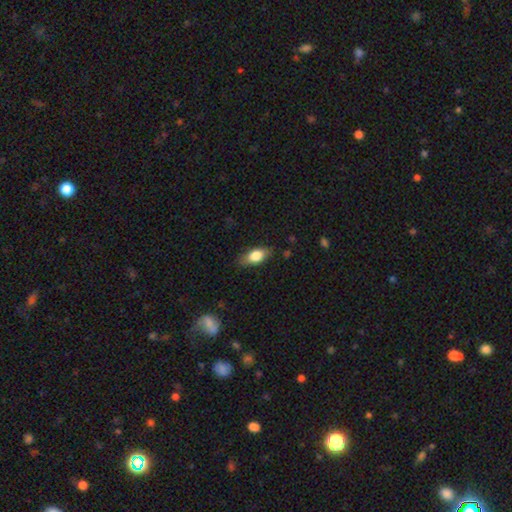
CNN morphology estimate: Smooth or featured? smooth (76%)
How rounded? in between (84%)
Merging? none (79%)